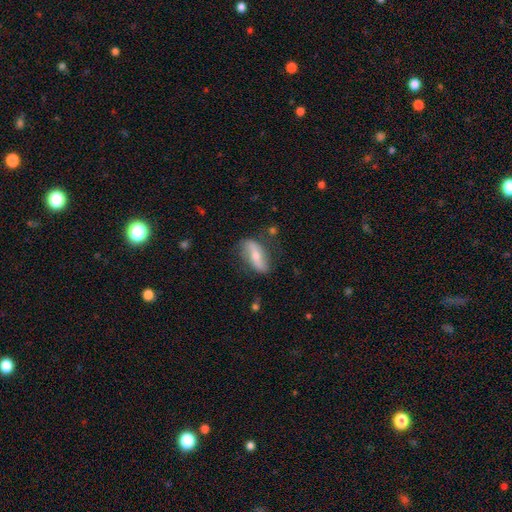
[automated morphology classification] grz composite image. It shows a featured or disk galaxy (59%). Merging: none (72%).